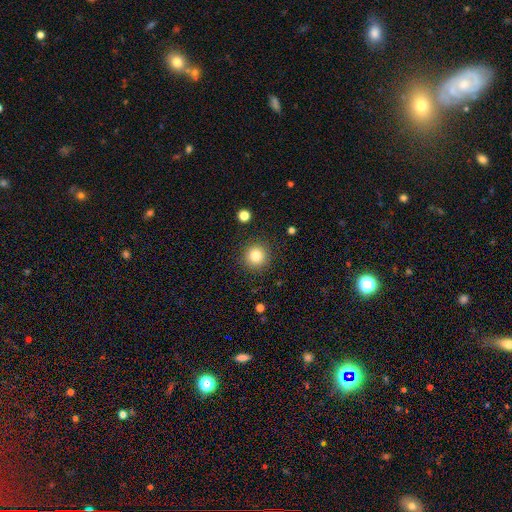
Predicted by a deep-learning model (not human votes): Smooth or featured? smooth (83%)
How rounded? round (94%)
Merging? none (89%)